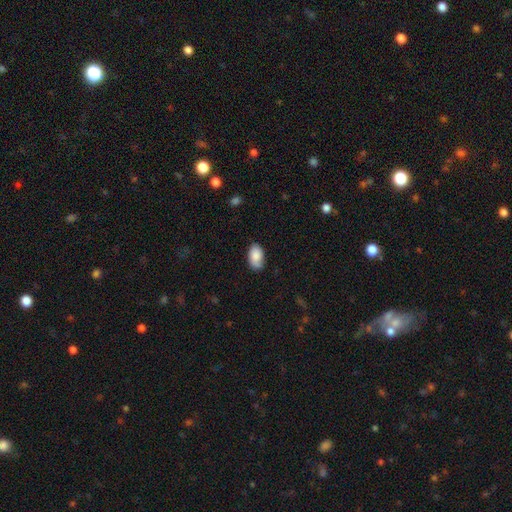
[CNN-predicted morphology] Smooth or featured: smooth — 84% (featured or disk — 10%)
How rounded: in between — 93% (round — 5%)
Merging: none — 76% (minor disturbance — 20%)